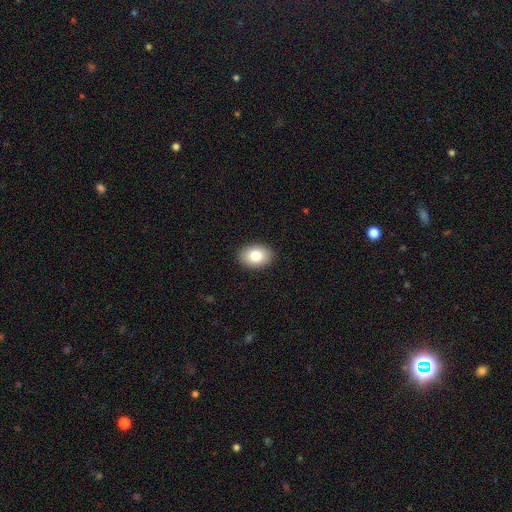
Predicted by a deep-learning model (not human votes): Smooth or featured? Predicted: smooth (p=0.82). How rounded? Predicted: in between (p=0.80). Merging? Predicted: none (p=0.90).